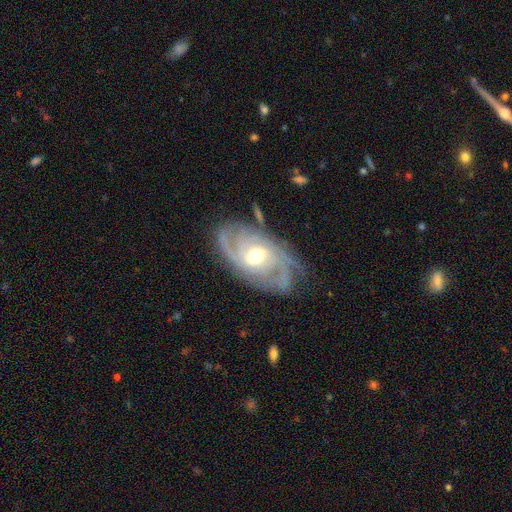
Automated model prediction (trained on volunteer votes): Smooth or featured? featured or disk (86%)
Edge-on disk? no (94%)
Bar? weak (45%)
Spiral arms? yes (95%)
Spiral winding? tight (50%)
Spiral arm count? 2 (42%)
Bulge size? moderate (66%)
Merging? none (71%)